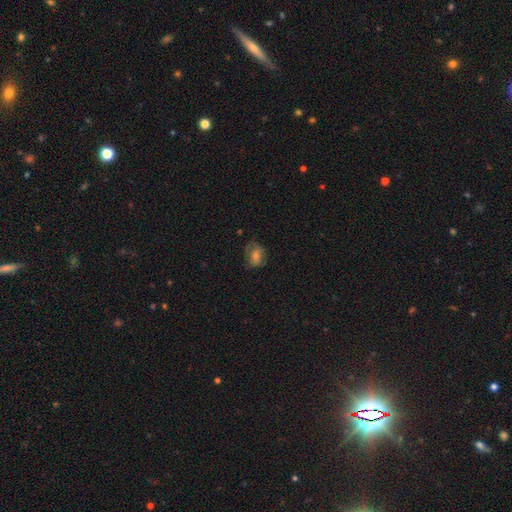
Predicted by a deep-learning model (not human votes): This is possibly a smooth galaxy (59%). How rounded: possibly in between (52%). Merging: likely none (64%).